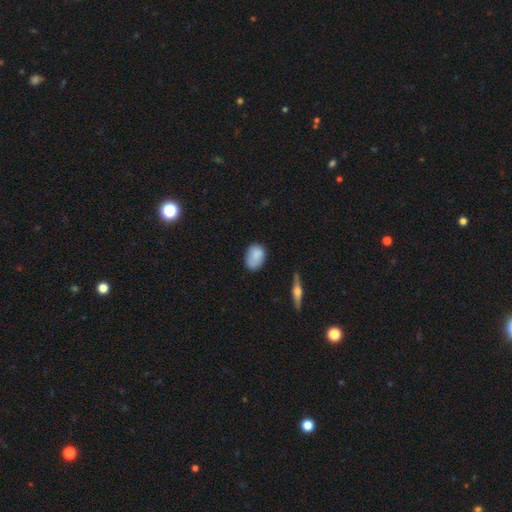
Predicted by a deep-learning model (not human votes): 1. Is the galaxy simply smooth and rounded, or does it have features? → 82% smooth, 10% featured or disk, 8% star or artifact.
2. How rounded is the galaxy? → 79% in between, 19% round, 2% cigar-shaped.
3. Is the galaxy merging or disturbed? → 65% none, 27% minor disturbance, 5% major disturbance, 3% merger.